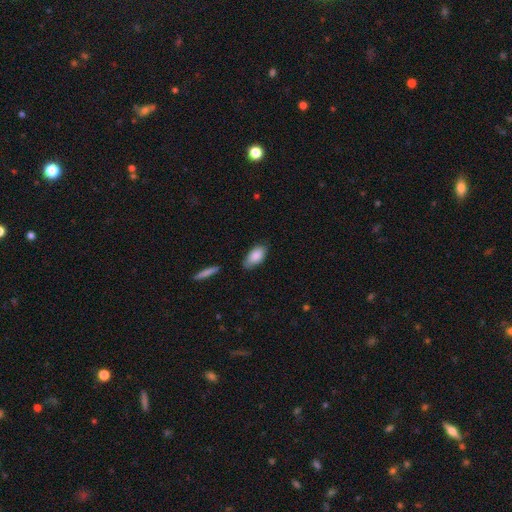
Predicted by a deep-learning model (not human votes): smooth 86%, featured or disk 7%, star or artifact 6%. Down the decision tree: how rounded — in between (92%); merging — none (76%).